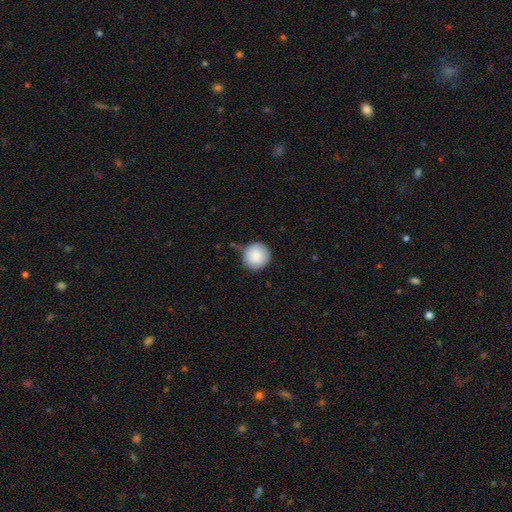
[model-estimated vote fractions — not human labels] Smooth or featured?
  - smooth: 88% *
  - star or artifact: 7%
  - featured or disk: 5%
How rounded?
  - round: 95% *
  - in between: 4%
  - cigar-shaped: 1%
Merging?
  - none: 77% *
  - minor disturbance: 17%
  - major disturbance: 3%
  - merger: 3%